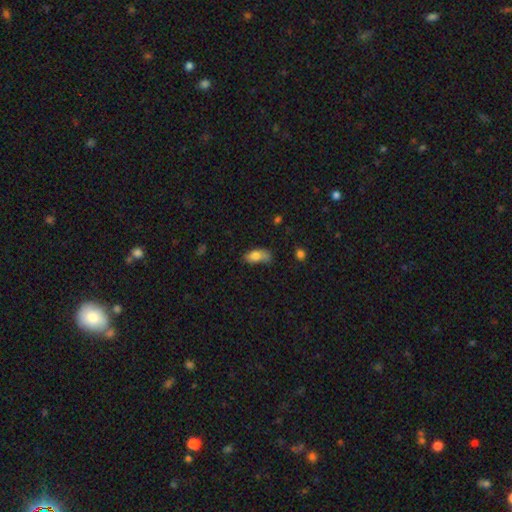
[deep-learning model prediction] Q: Smooth or featured?
A: smooth (77%); runner-up: featured or disk (14%)
Q: How rounded?
A: in between (84%); runner-up: cigar-shaped (10%)
Q: Merging?
A: none (41%); runner-up: minor disturbance (35%)